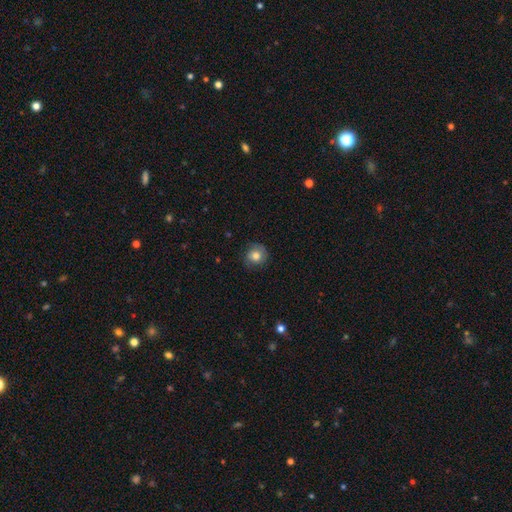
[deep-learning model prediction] smooth-or-featured: smooth: 76% | featured or disk: 15% | star or artifact: 9%
  how-rounded: round: 88% | in between: 11% | cigar-shaped: 1%
  merging: none: 79% | minor disturbance: 16% | major disturbance: 4% | merger: 1%